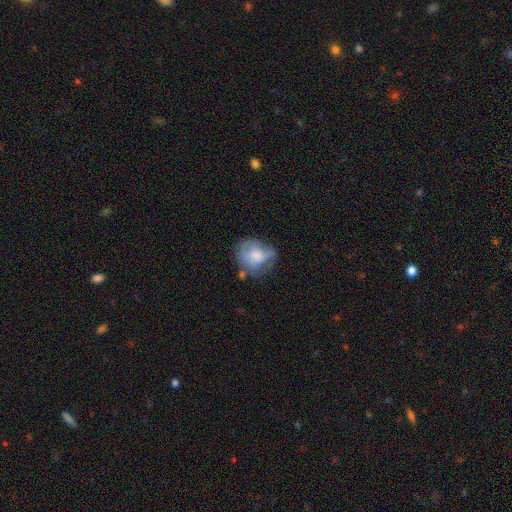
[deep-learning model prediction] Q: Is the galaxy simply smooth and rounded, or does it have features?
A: smooth — 60%.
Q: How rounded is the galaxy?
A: round — 63%.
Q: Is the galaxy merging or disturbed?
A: none — 40%.